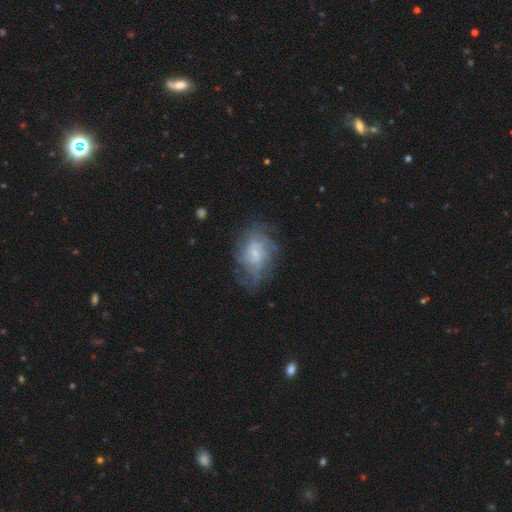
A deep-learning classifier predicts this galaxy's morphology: type=featured or disk (59%); edge-on=no (96%); bar=no (65%); spiral arms=yes (83%); bulge=small (45%); merging=none (72%).